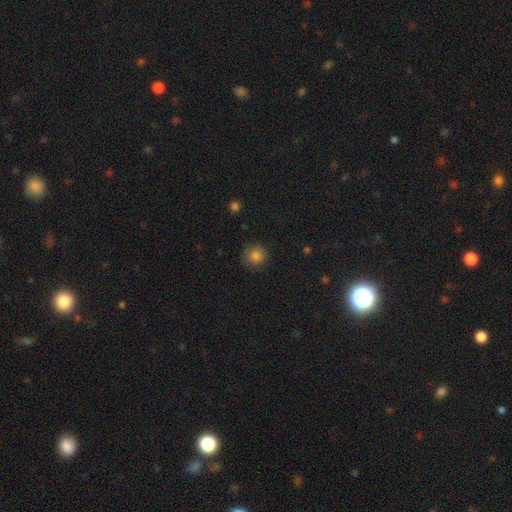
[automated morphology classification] type=smooth (83%); roundness=round (91%); merging=none (82%).